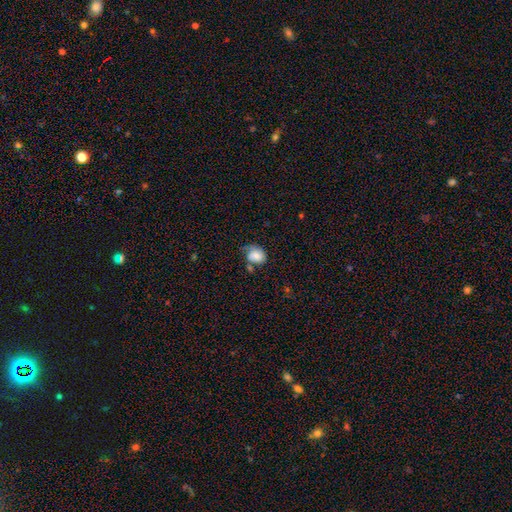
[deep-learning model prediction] Smooth or featured? smooth (68%)
How rounded? in between (52%)
Merging? none (39%)